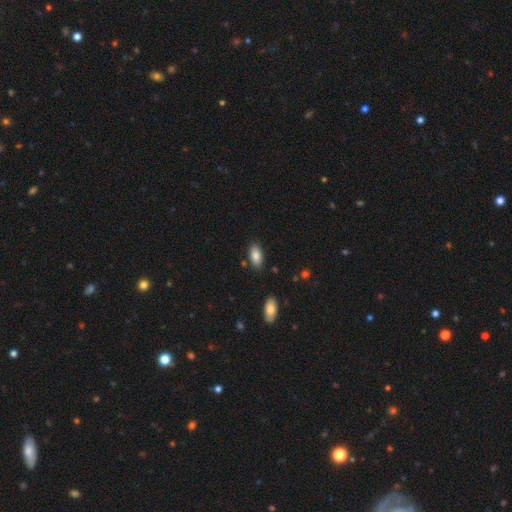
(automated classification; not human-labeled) Smooth or featured?
  - smooth: 85% *
  - featured or disk: 8%
  - star or artifact: 7%
How rounded?
  - in between: 91% *
  - cigar-shaped: 6%
  - round: 3%
Merging?
  - none: 83% *
  - minor disturbance: 12%
  - merger: 3%
  - major disturbance: 3%